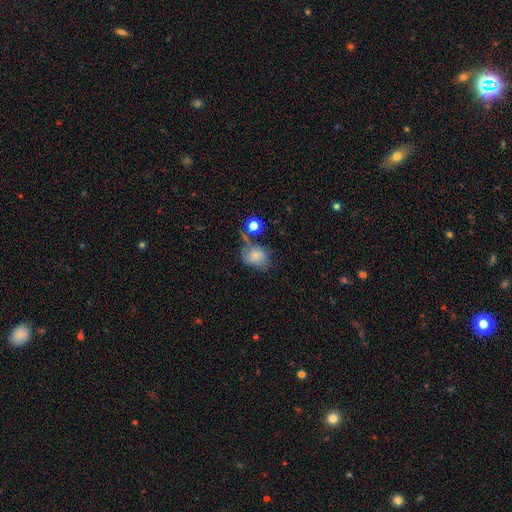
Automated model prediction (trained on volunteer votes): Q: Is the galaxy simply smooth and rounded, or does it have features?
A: smooth — 75%.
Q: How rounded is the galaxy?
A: in between — 51%.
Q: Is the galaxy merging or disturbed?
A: none — 42%.